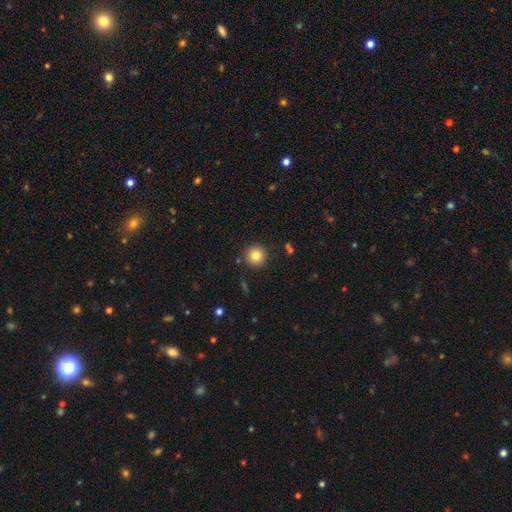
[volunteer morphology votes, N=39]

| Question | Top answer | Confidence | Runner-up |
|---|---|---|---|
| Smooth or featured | smooth | 90% | star or artifact (10%) |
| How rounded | round | 94% | in between (6%) |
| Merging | none | 97% | minor disturbance (3%) |